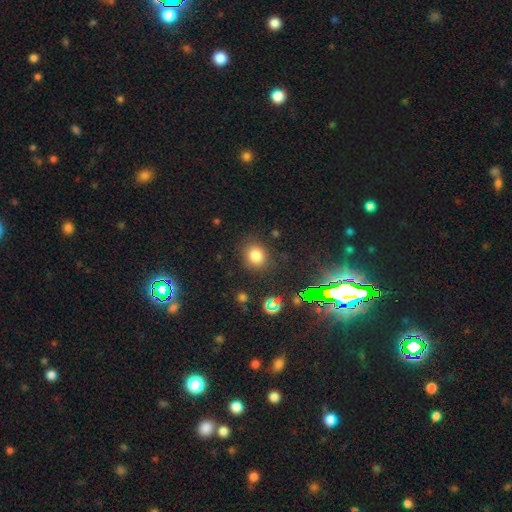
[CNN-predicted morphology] This appears to be a smooth galaxy with no disk features (78%) that is round (73%). Merging: none (83%).